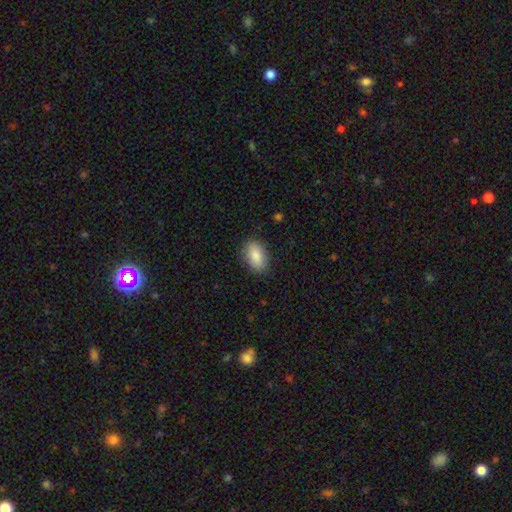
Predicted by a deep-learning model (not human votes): This is clearly a smooth galaxy (88%). How rounded: clearly in between (92%). Merging: clearly none (86%).